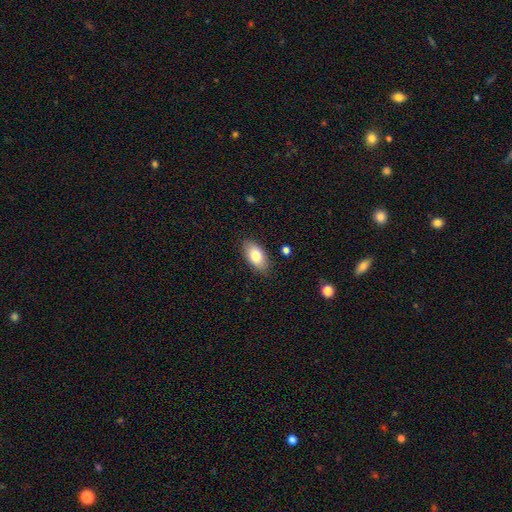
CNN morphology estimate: This appears to be a smooth galaxy with no disk features (80%) that is in between round and cigar-shaped (93%). Merging: none (85%).